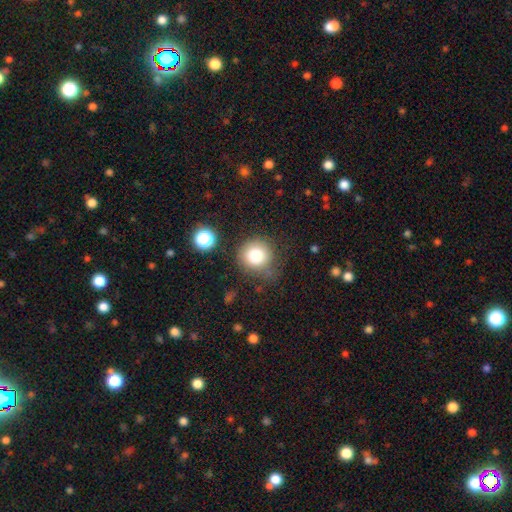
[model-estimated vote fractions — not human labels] Overall: smooth (80%). How rounded: round (91%). Merging: none (68%).